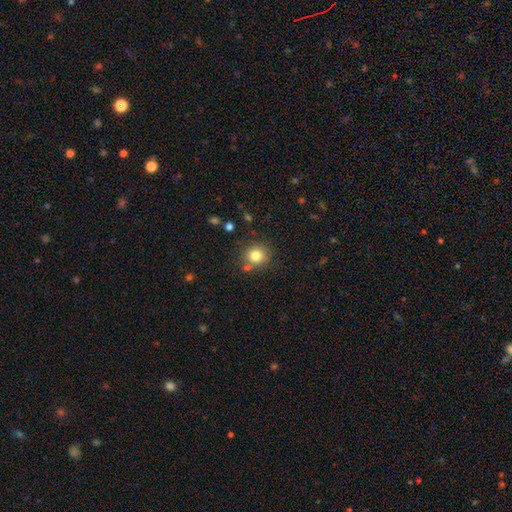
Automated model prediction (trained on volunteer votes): Smooth or featured? smooth (81%)
How rounded? round (87%)
Merging? none (77%)